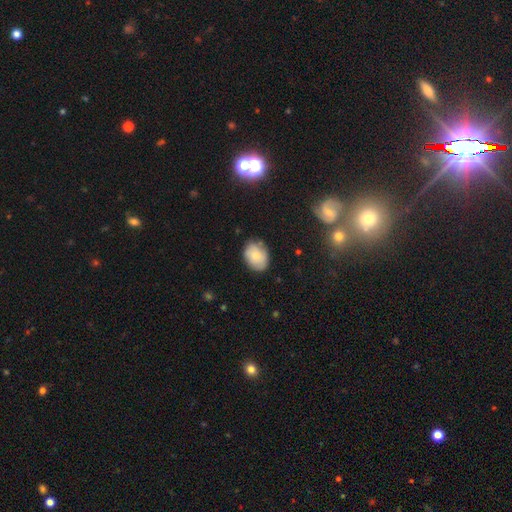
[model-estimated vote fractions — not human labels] smooth-or-featured: smooth: 74% | featured or disk: 19% | star or artifact: 8%
  how-rounded: in between: 71% | round: 28% | cigar-shaped: 1%
  merging: none: 75% | minor disturbance: 20% | major disturbance: 4% | merger: 1%